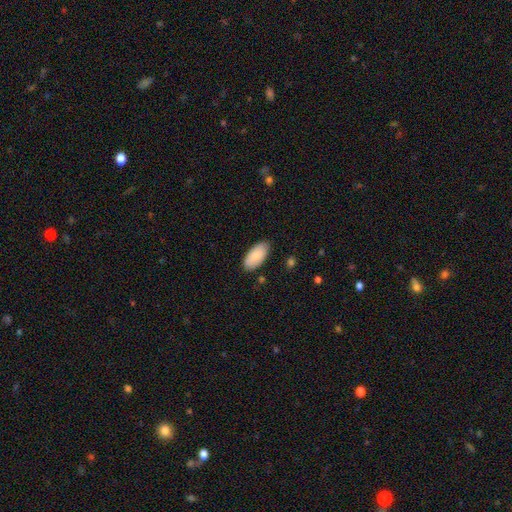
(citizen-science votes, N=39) This is clearly a smooth galaxy (92%). How rounded: clearly in between (97%). Merging: clearly none (87%).